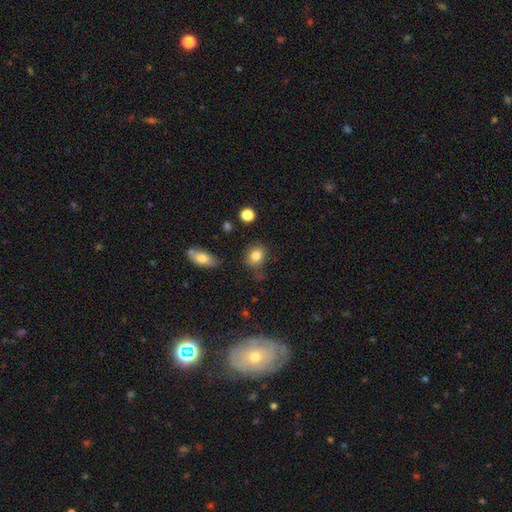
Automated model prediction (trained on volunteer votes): smooth 82%, star or artifact 10%, featured or disk 8%. Down the decision tree: how rounded — round (62%); merging — none (76%).